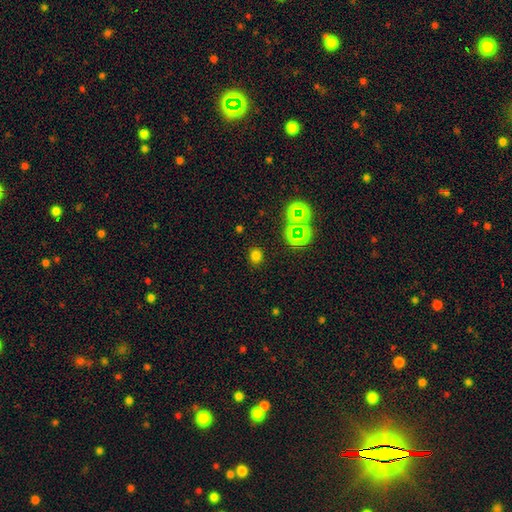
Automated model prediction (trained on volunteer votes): Overall: smooth (68%). How rounded: round (73%). Merging: none (86%).